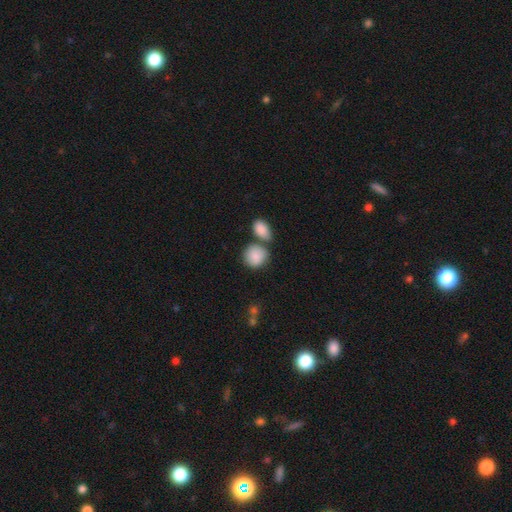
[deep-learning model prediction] This appears to be a smooth galaxy with no disk features (87%) that is round (74%). Merging: none (50%).